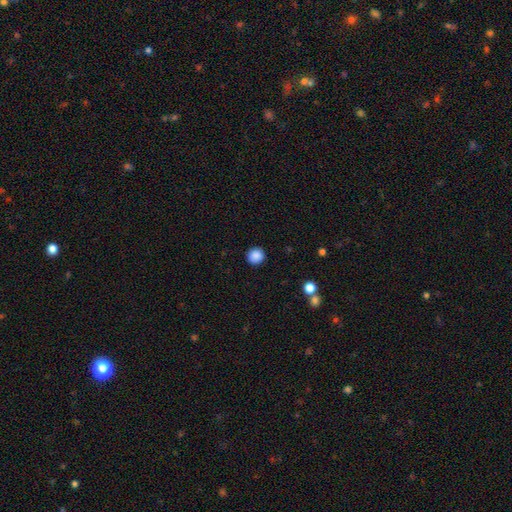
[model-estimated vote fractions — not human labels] smooth-or-featured: smooth: 87% | star or artifact: 9% | featured or disk: 3%
  how-rounded: round: 94% | in between: 5% | cigar-shaped: 1%
  merging: none: 91% | minor disturbance: 6% | major disturbance: 2% | merger: 1%